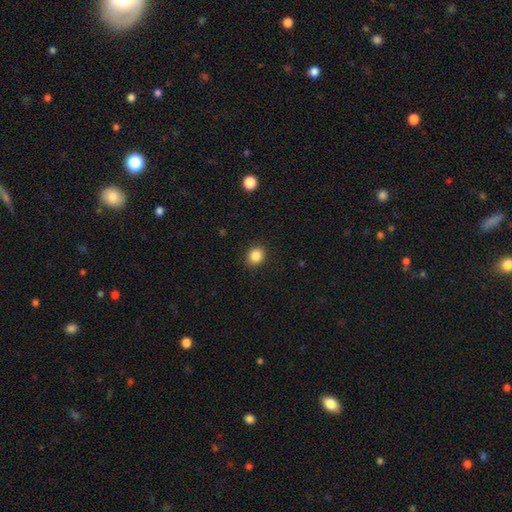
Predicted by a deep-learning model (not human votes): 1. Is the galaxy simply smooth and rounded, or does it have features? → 86% smooth, 10% star or artifact, 4% featured or disk.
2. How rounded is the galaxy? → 77% round, 22% in between, 1% cigar-shaped.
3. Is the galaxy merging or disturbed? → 90% none, 7% minor disturbance, 2% major disturbance, 1% merger.